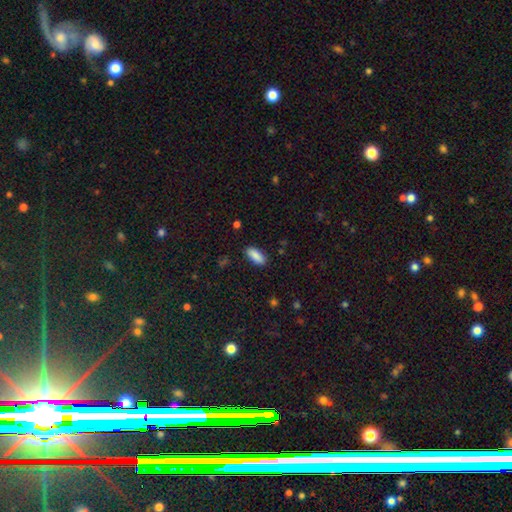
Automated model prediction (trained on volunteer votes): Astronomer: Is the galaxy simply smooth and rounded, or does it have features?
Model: smooth — 89%.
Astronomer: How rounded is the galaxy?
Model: in between — 81%.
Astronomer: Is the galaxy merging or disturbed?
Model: none — 88%.